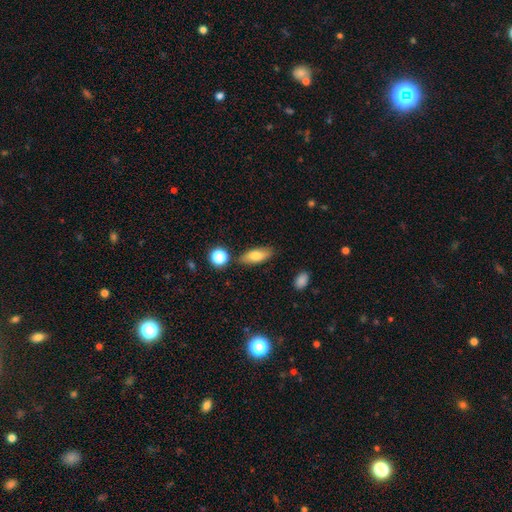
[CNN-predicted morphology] Smooth or featured?
  - smooth: 76% *
  - featured or disk: 16%
  - star or artifact: 8%
How rounded?
  - in between: 73% *
  - cigar-shaped: 23%
  - round: 4%
Merging?
  - none: 81% *
  - minor disturbance: 11%
  - merger: 5%
  - major disturbance: 3%